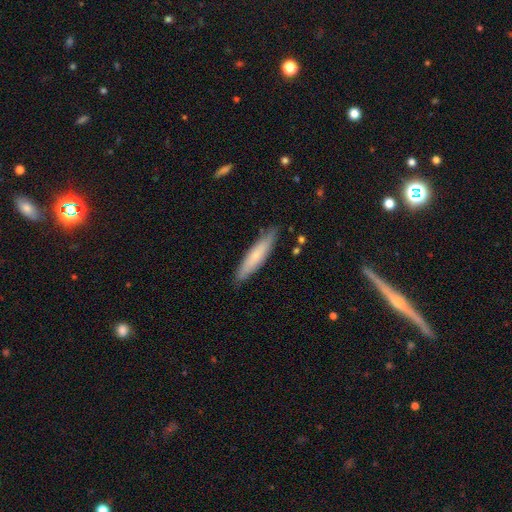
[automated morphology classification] smooth 66%, featured or disk 28%, star or artifact 6%. Down the decision tree: how rounded — cigar-shaped (85%); merging — none (86%).